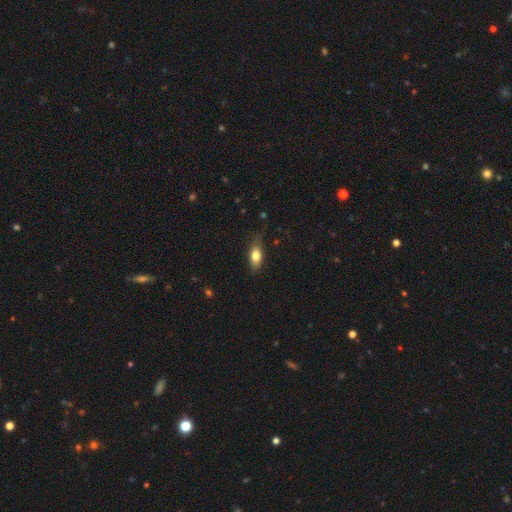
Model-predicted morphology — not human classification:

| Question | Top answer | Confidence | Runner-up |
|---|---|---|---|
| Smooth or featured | smooth | 76% | featured or disk (16%) |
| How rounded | in between | 78% | cigar-shaped (15%) |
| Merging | none | 74% | minor disturbance (20%) |